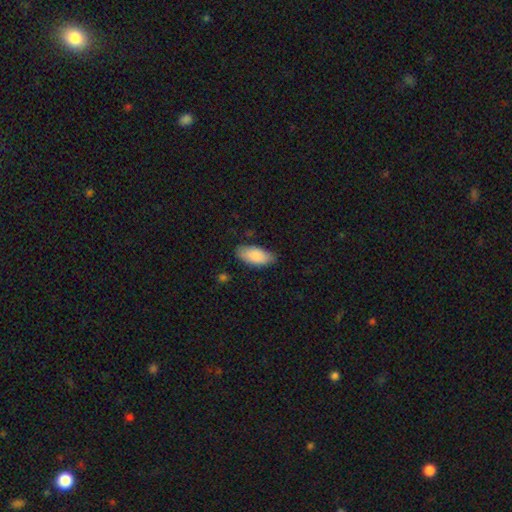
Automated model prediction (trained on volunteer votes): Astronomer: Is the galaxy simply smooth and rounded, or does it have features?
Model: smooth — 86%.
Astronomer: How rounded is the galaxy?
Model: in between — 91%.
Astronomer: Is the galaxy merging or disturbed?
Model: none — 77%.